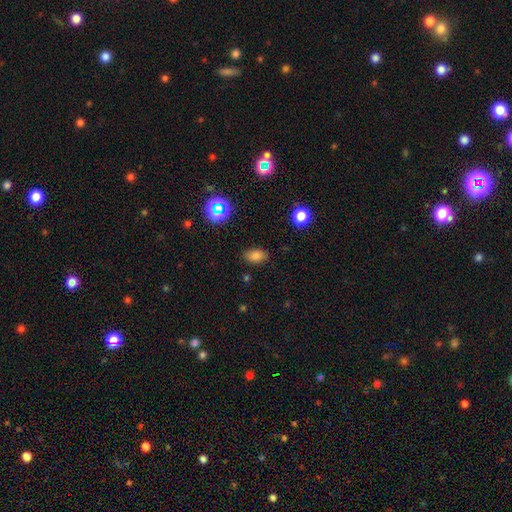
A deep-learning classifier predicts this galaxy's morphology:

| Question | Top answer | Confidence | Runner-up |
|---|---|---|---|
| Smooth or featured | smooth | 78% | star or artifact (15%) |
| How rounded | in between | 86% | round (12%) |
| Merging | none | 84% | minor disturbance (11%) |